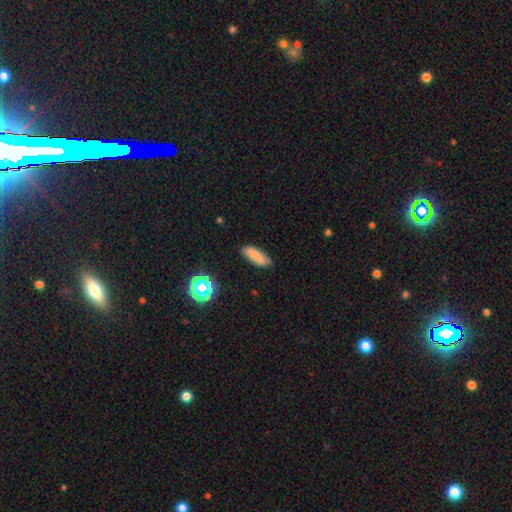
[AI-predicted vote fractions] Smooth or featured? Predicted: smooth (p=0.78). How rounded? Predicted: in between (p=0.57). Merging? Predicted: none (p=0.83).